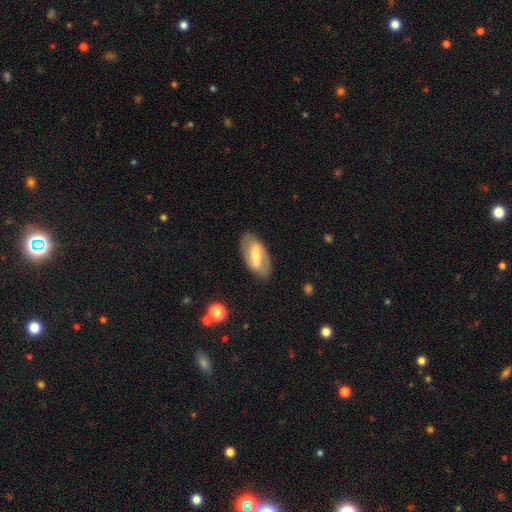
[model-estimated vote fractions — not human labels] Smooth or featured: featured or disk — 62% (smooth — 33%)
Edge-on disk: no — 91% (yes — 9%)
Bar: strong — 58% (weak — 30%)
Spiral arms: yes — 62% (no — 38%)
Bulge size: moderate — 49% (small — 40%)
Merging: none — 82% (minor disturbance — 13%)